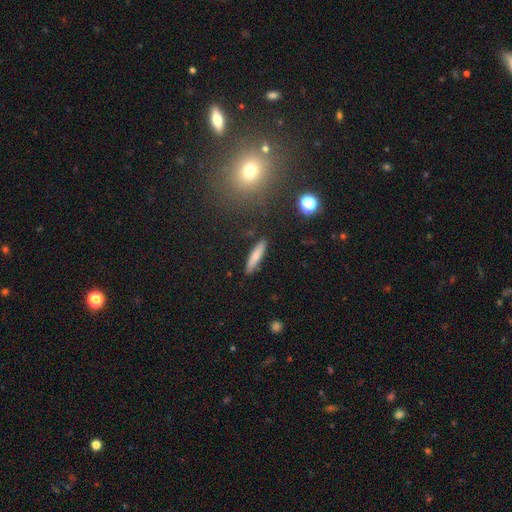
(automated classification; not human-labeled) This appears to be a smooth galaxy with no disk features (76%) that is cigar-shaped (87%). Merging: none (88%).